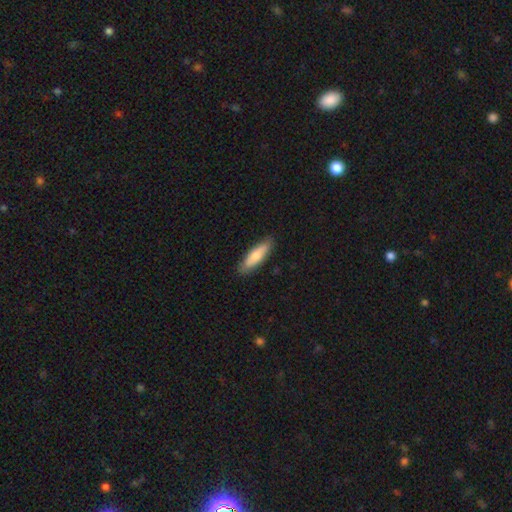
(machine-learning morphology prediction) smooth_or_featured: smooth (p=0.75) [alt: featured or disk p=0.20]
how_rounded: cigar-shaped (p=0.59) [alt: in between p=0.39]
merging: none (p=0.87) [alt: minor disturbance p=0.10]